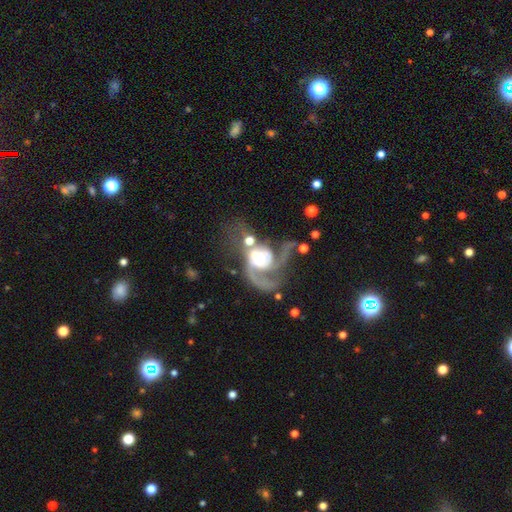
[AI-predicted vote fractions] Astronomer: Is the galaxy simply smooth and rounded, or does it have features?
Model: featured or disk — 83%.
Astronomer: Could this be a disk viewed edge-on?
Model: no — 97%.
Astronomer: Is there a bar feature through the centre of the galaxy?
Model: no — 57%.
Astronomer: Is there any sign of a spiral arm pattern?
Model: yes — 91%.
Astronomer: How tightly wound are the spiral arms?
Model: medium — 45% (runner-up: loose, 37%).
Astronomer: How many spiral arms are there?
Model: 2 — 53%.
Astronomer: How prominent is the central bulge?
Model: moderate — 60%.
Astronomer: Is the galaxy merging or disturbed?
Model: merger — 37% (runner-up: major disturbance, 34%).